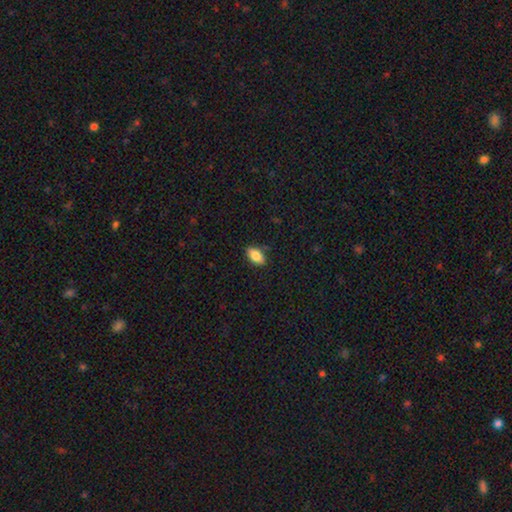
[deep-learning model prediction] Smooth or featured?
  - smooth: 83% *
  - featured or disk: 10%
  - star or artifact: 8%
How rounded?
  - in between: 91% *
  - round: 5%
  - cigar-shaped: 4%
Merging?
  - none: 84% *
  - minor disturbance: 12%
  - major disturbance: 2%
  - merger: 1%